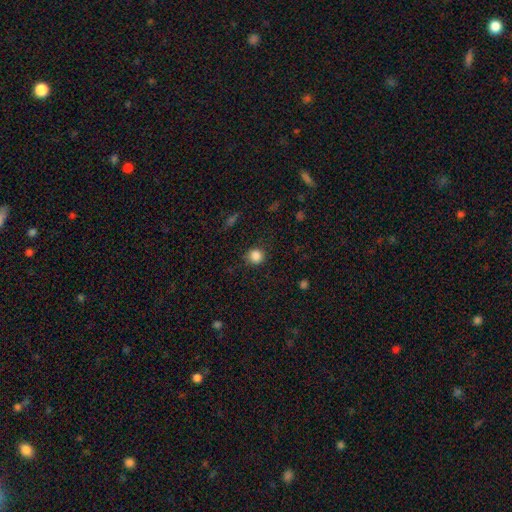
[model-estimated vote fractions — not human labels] Smooth or featured? Predicted: smooth (p=0.85). How rounded? Predicted: round (p=0.91). Merging? Predicted: none (p=0.85).